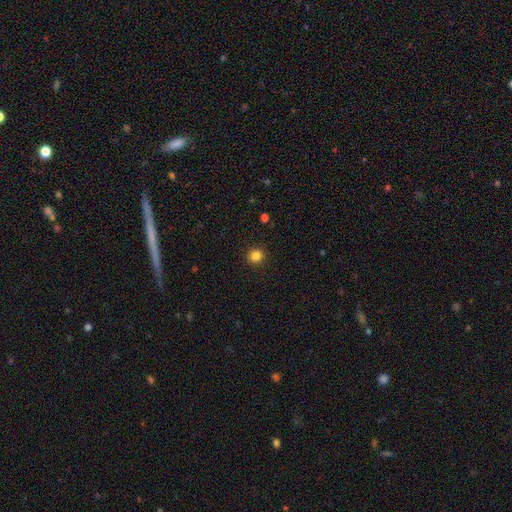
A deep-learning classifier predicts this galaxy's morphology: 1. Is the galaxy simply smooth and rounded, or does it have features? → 84% smooth, 12% star or artifact, 4% featured or disk.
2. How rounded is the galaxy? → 92% round, 7% in between, 1% cigar-shaped.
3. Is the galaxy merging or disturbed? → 93% none, 5% minor disturbance, 2% major disturbance, 1% merger.